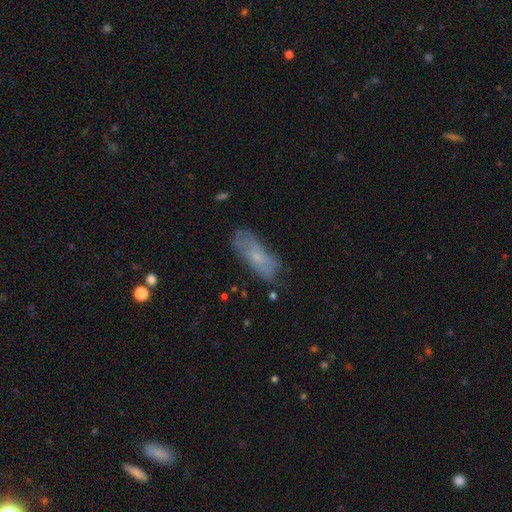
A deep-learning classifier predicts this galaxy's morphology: type=smooth (59%); roundness=in between (64%); merging=none (67%).